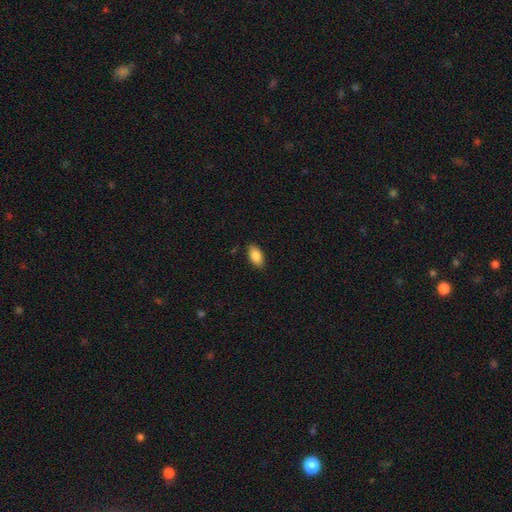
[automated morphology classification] This is clearly a smooth galaxy (85%). How rounded: clearly in between (92%). Merging: clearly none (86%).